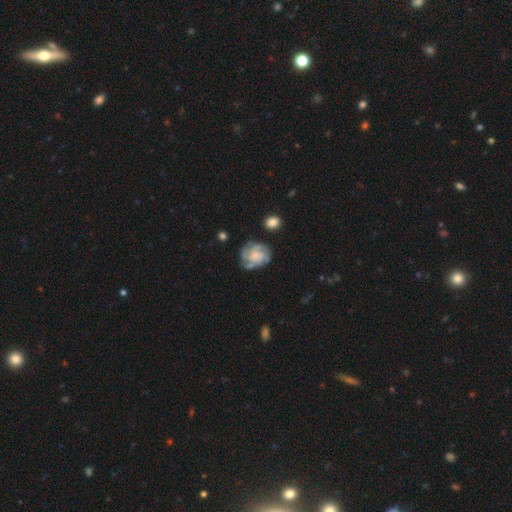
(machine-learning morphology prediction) type=featured or disk (75%); edge-on=no (98%); bar=no (71%); spiral arms=yes (93%); winding=tight (51%); arm count=3 (33%); bulge=small (40%); merging=none (68%).